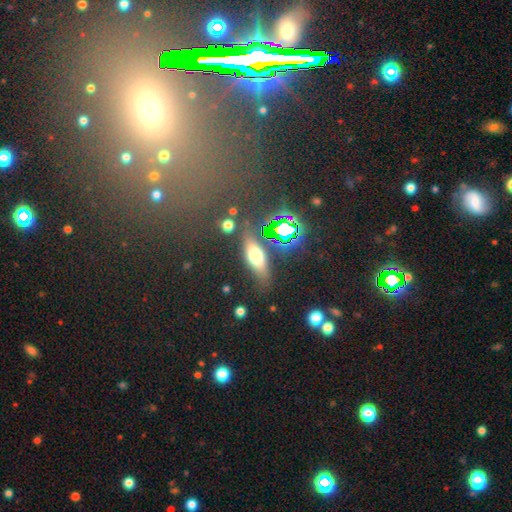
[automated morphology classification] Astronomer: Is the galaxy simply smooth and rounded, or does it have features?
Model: smooth — 53%.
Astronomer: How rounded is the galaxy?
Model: in between — 56% (runner-up: cigar-shaped, 35%).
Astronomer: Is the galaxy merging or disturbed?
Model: none — 77%.